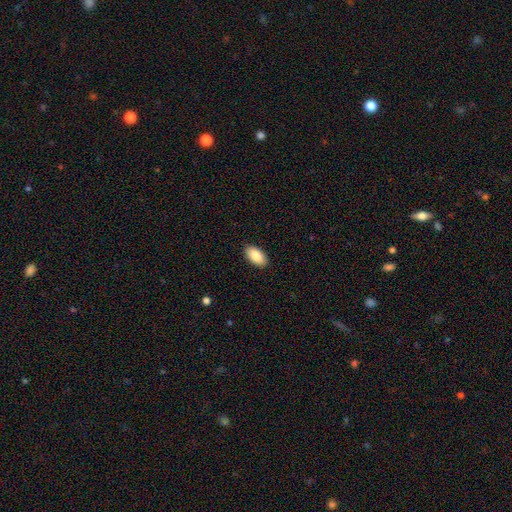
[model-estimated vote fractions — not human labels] The model was most divided on "smooth or featured": smooth: 88%, star or artifact: 6%, featured or disk: 6%. More confident: how rounded — in between (95%); merging — none (90%).